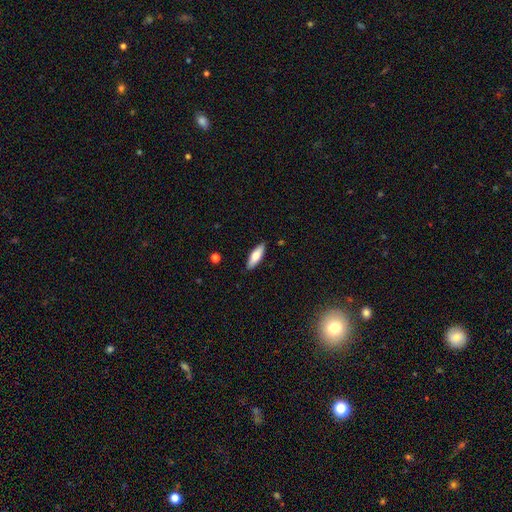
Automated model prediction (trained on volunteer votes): Q: Smooth or featured?
A: smooth (72%); runner-up: featured or disk (22%)
Q: How rounded?
A: in between (54%); runner-up: cigar-shaped (44%)
Q: Merging?
A: none (88%); runner-up: minor disturbance (9%)